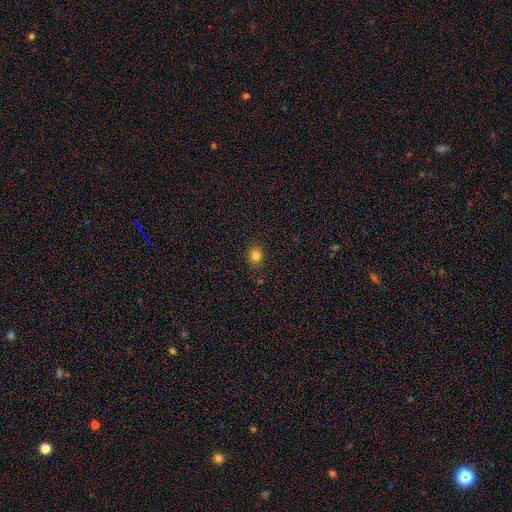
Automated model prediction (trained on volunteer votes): Q: Smooth or featured?
A: smooth (81%); runner-up: star or artifact (13%)
Q: How rounded?
A: round (76%); runner-up: in between (23%)
Q: Merging?
A: none (88%); runner-up: minor disturbance (8%)